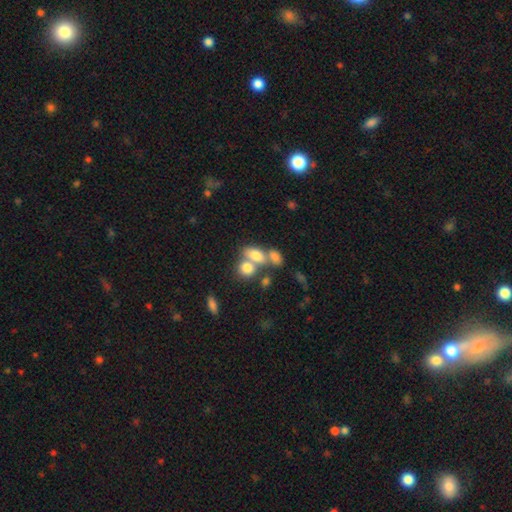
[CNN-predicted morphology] smooth_or_featured: smooth (p=0.73) [alt: featured or disk p=0.16]
how_rounded: in between (p=0.74) [alt: round p=0.22]
merging: merger (p=0.52) [alt: none p=0.32]